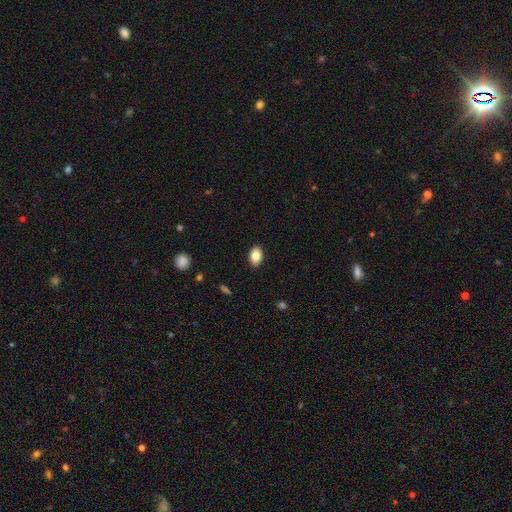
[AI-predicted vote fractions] Overall: smooth (84%). How rounded: in between (86%). Merging: none (89%).